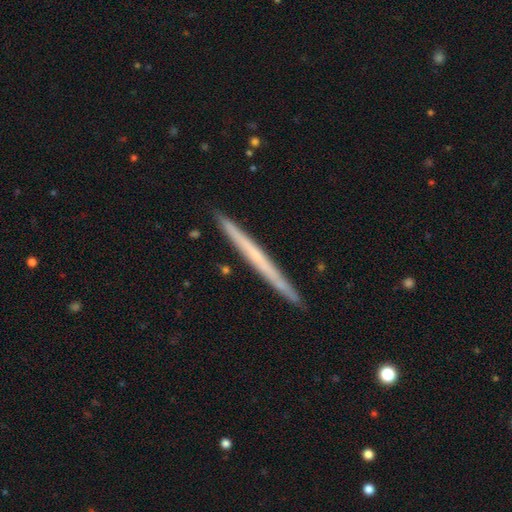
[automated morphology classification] Smooth or featured? featured or disk (50%)
Edge-on disk? yes (97%)
Merging? none (92%)